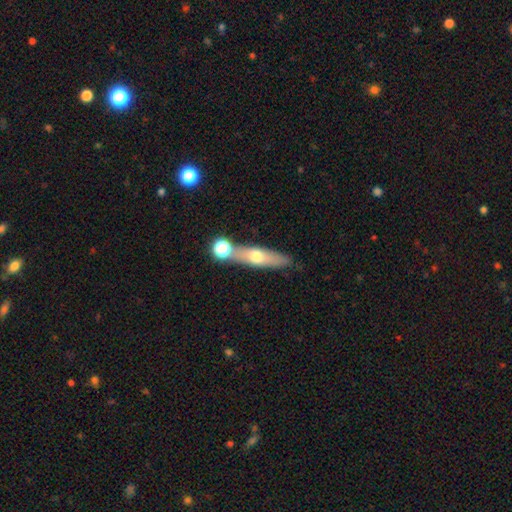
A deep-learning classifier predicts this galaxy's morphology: This appears to be a smooth galaxy with no disk features (49%). Merging: none (67%).